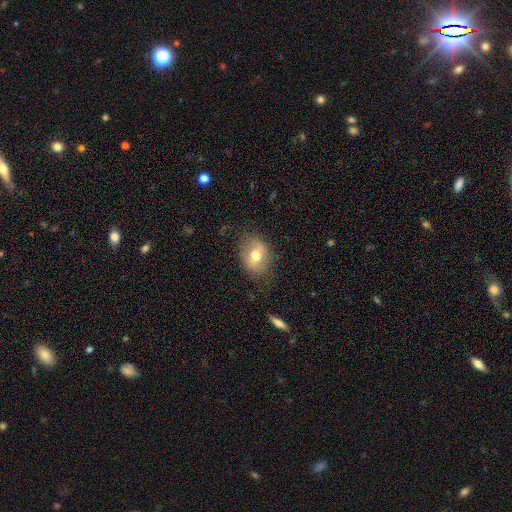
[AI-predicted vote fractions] smooth-or-featured: smooth: 53% | featured or disk: 39% | star or artifact: 8%
  how-rounded: in between: 67% | round: 31% | cigar-shaped: 2%
  merging: none: 74% | minor disturbance: 18% | major disturbance: 7% | merger: 1%